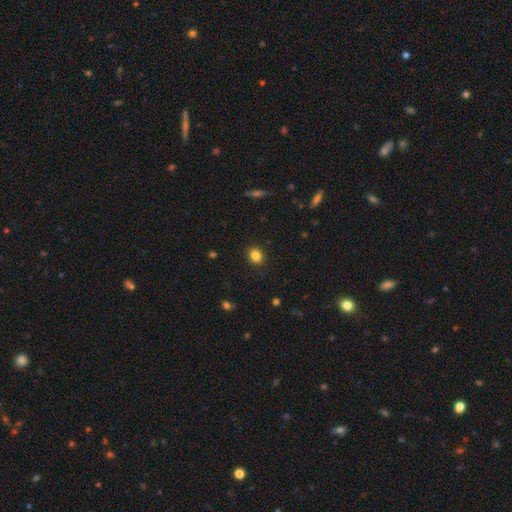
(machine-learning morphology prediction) smooth 84%, star or artifact 11%, featured or disk 5%. Down the decision tree: how rounded — round (53%); merging — none (90%).